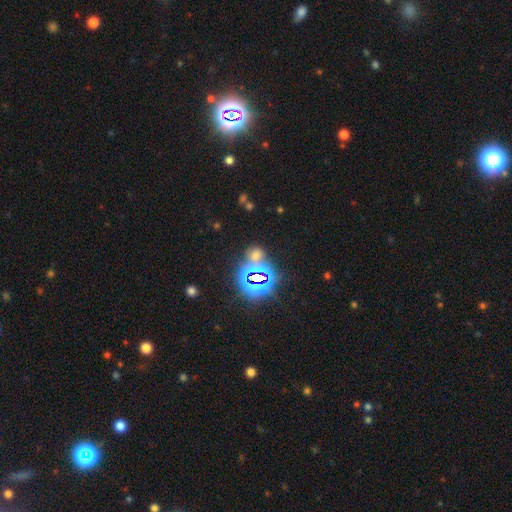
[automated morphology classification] smooth-or-featured: star or artifact: 60% | smooth: 32% | featured or disk: 8%